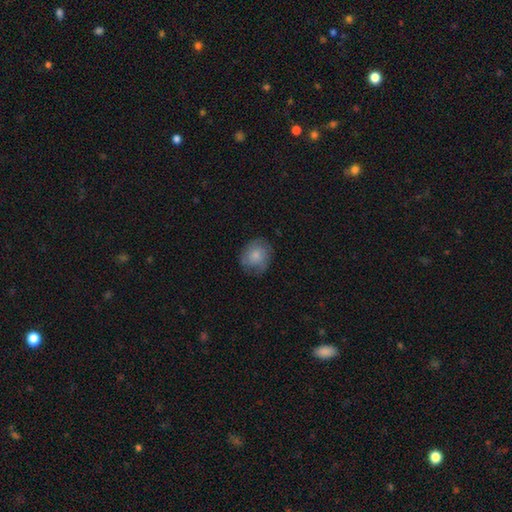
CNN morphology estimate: Overall: smooth (72%). How rounded: round (67%; in between 32%). Merging: none (67%).